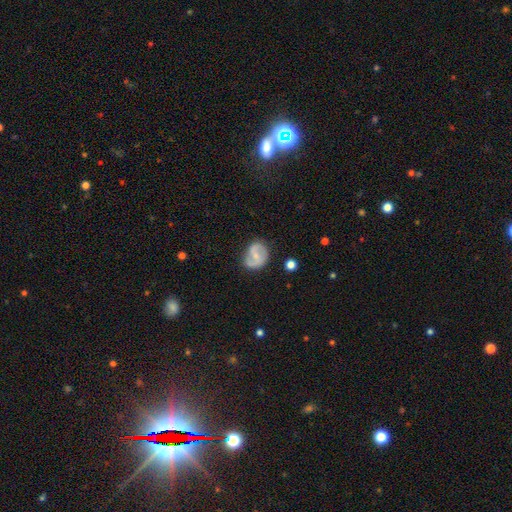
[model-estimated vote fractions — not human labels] Smooth or featured: featured or disk — 67% (smooth — 27%)
Edge-on disk: no — 97% (yes — 3%)
Bar: weak — 49% (no — 33%)
Spiral arms: yes — 85% (no — 15%)
Spiral winding: medium — 47% (loose — 30%)
Spiral arm count: 2 — 81% (can't tell — 9%)
Bulge size: small — 58% (moderate — 27%)
Merging: none — 69% (minor disturbance — 21%)